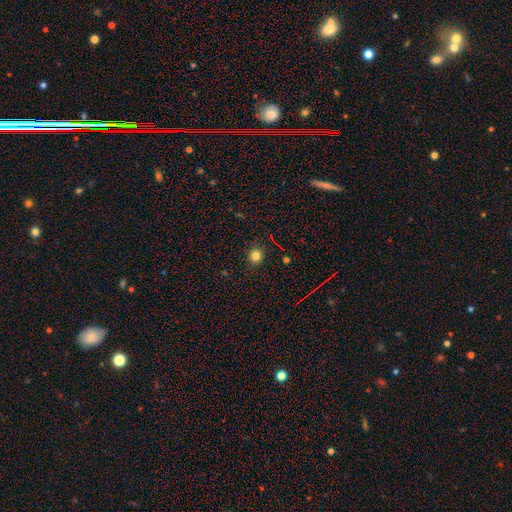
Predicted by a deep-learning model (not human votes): A smooth galaxy with no disk features (79%) that is round (86%).

Vote fractions:
- Smooth or featured? smooth: 79% / star or artifact: 15% / featured or disk: 6%
- How rounded? round: 86% / in between: 13% / cigar-shaped: 1%
- Merging? none: 89% / minor disturbance: 8% / major disturbance: 2% / merger: 1%